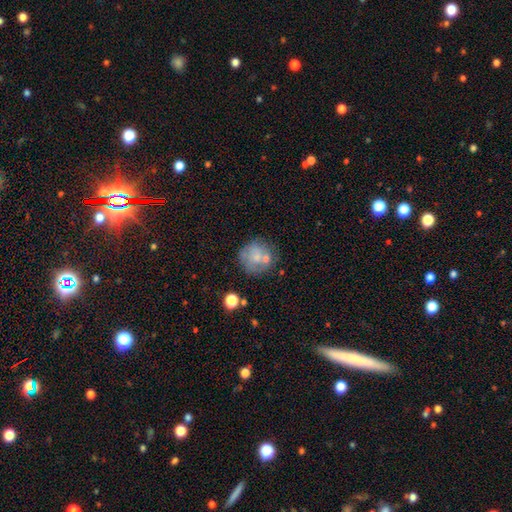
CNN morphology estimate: Smooth or featured?
  - smooth: 55% *
  - featured or disk: 35%
  - star or artifact: 10%
How rounded?
  - round: 88% *
  - in between: 11%
  - cigar-shaped: 1%
Merging?
  - none: 54% *
  - minor disturbance: 19%
  - merger: 16%
  - major disturbance: 11%